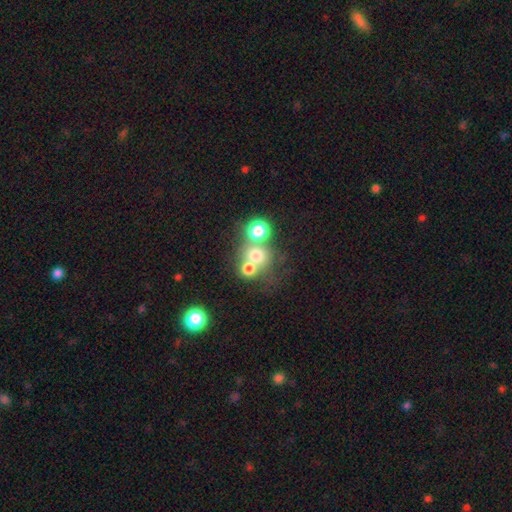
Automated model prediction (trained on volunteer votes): Morphology: type=smooth (68%); roundness=round (84%); merging=merger (46%).